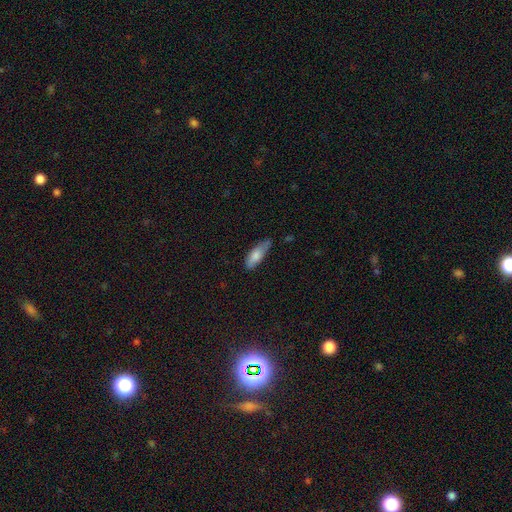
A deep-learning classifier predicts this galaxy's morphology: This is likely a smooth galaxy (78%). How rounded: possibly in between (60%). Merging: possibly none (58%).